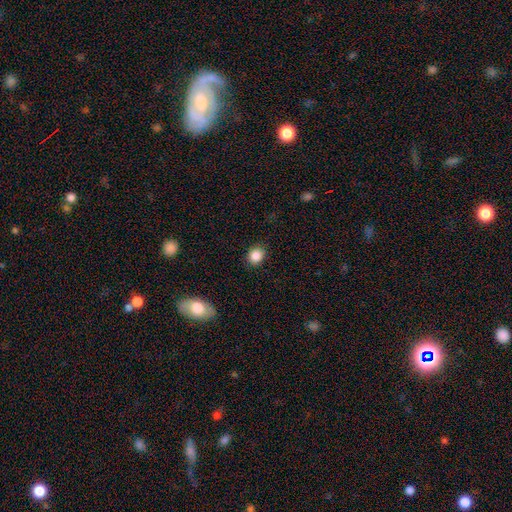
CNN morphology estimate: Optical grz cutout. It shows a smooth galaxy with no disk features (86%) that is round (72%). Merging: none (88%).